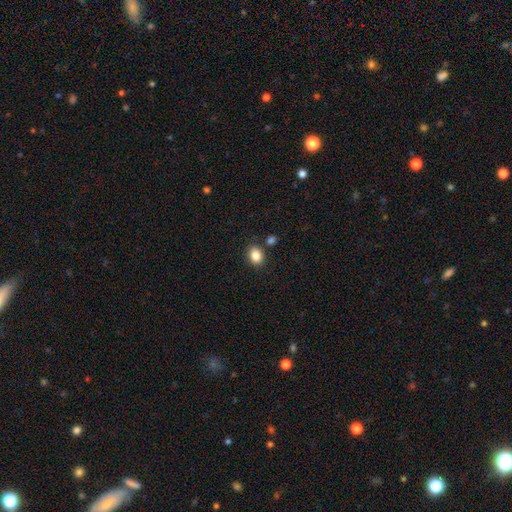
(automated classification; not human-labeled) A smooth galaxy with no disk features (85%) that is in between round and cigar-shaped (58%). Merging: none (81%).